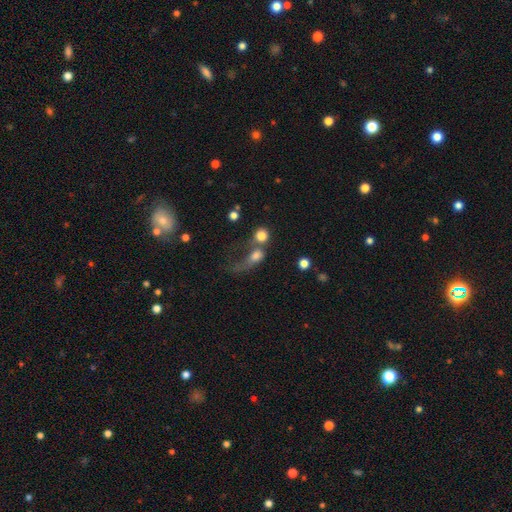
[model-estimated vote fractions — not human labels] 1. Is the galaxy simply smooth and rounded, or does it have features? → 72% smooth, 16% featured or disk, 12% star or artifact.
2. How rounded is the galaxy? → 52% in between, 41% round, 7% cigar-shaped.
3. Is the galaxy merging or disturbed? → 43% merger, 27% major disturbance, 18% none, 12% minor disturbance.